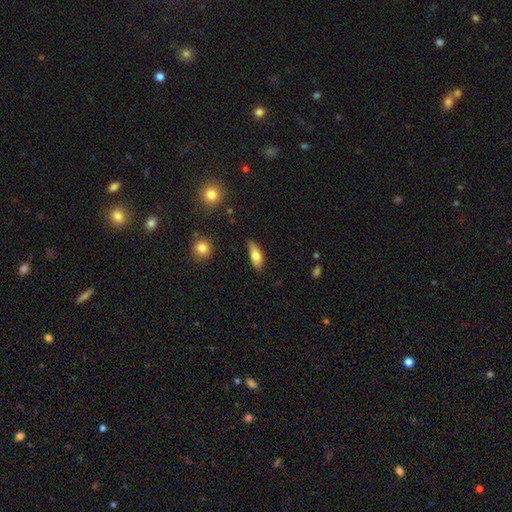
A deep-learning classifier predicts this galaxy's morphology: A smooth galaxy with no disk features (76%) that is in between round and cigar-shaped (77%).

Vote fractions:
- Smooth or featured? smooth: 76% / featured or disk: 18% / star or artifact: 7%
- How rounded? in between: 77% / cigar-shaped: 20% / round: 3%
- Merging? none: 76% / minor disturbance: 19% / major disturbance: 3% / merger: 2%